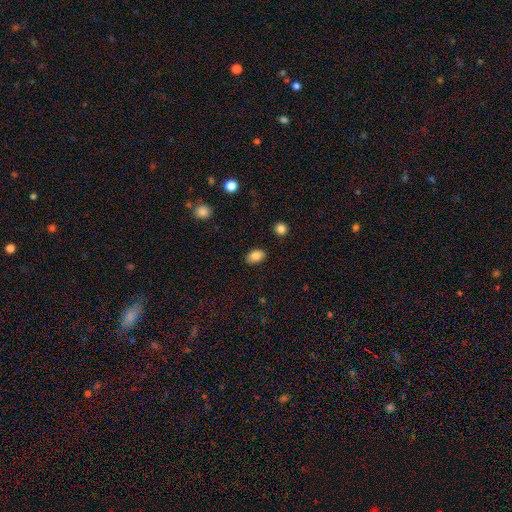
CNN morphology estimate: Smooth or featured? smooth (85%)
How rounded? in between (85%)
Merging? none (87%)